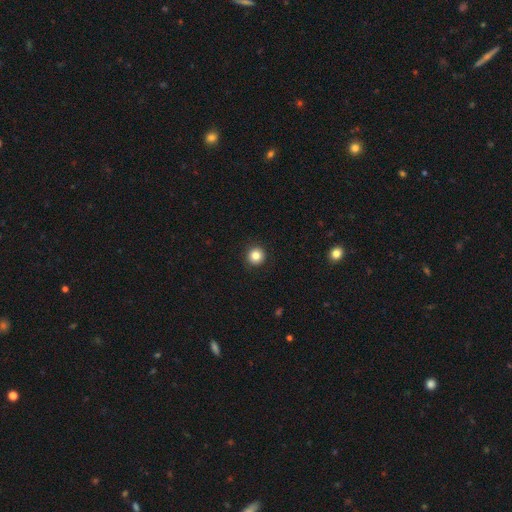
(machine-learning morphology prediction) A smooth galaxy with no disk features (84%) that is round (95%). Merging: none (92%).